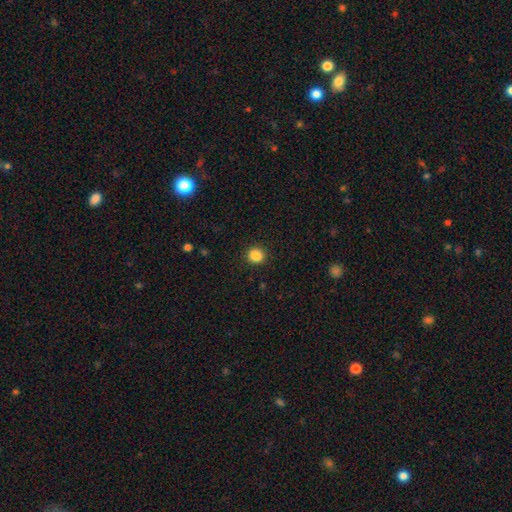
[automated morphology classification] This appears to be a smooth galaxy with no disk features (86%) that is round (88%). Merging: none (91%).